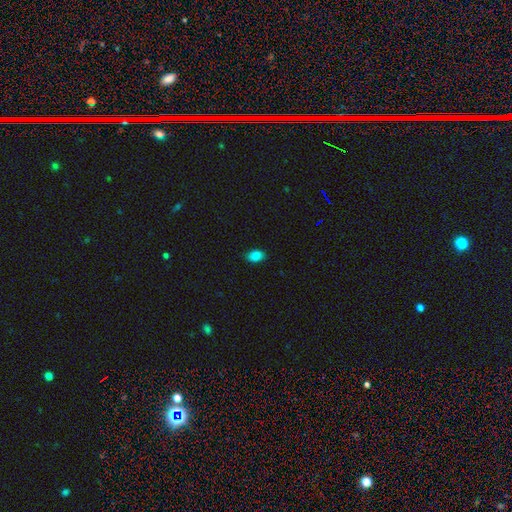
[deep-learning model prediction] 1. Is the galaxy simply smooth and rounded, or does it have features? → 86% smooth, 10% star or artifact, 4% featured or disk.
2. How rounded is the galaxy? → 85% in between, 14% round, 1% cigar-shaped.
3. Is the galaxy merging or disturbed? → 85% none, 12% minor disturbance, 2% major disturbance, 1% merger.